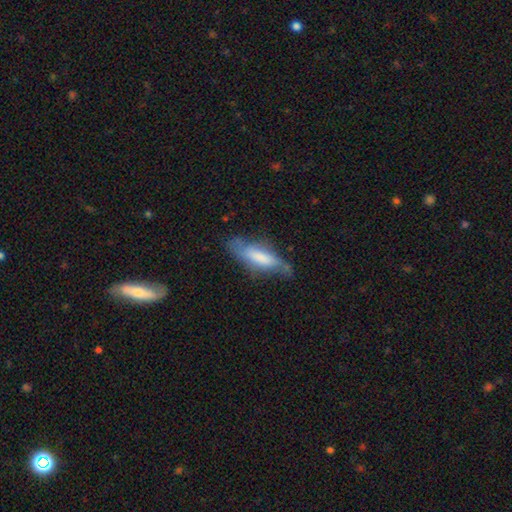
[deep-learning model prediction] smooth-or-featured: smooth: 52% | featured or disk: 40% | star or artifact: 8%
  how-rounded: cigar-shaped: 50% | in between: 48% | round: 2%
  merging: none: 55% | minor disturbance: 31% | major disturbance: 12% | merger: 3%